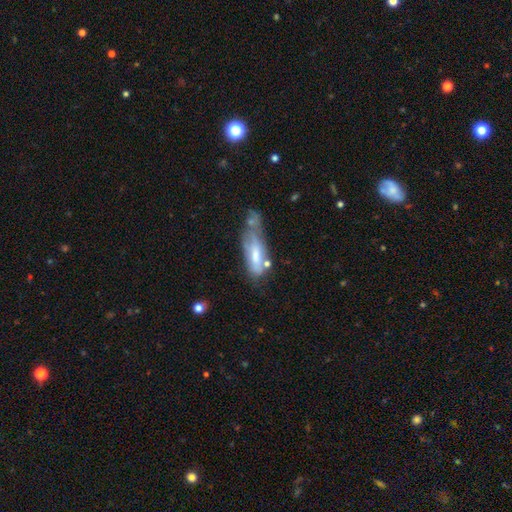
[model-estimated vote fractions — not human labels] smooth-or-featured: smooth: 53% | featured or disk: 41% | star or artifact: 7%
  how-rounded: in between: 60% | cigar-shaped: 38% | round: 2%
  merging: minor disturbance: 27% | none: 26% | merger: 26% | major disturbance: 21%